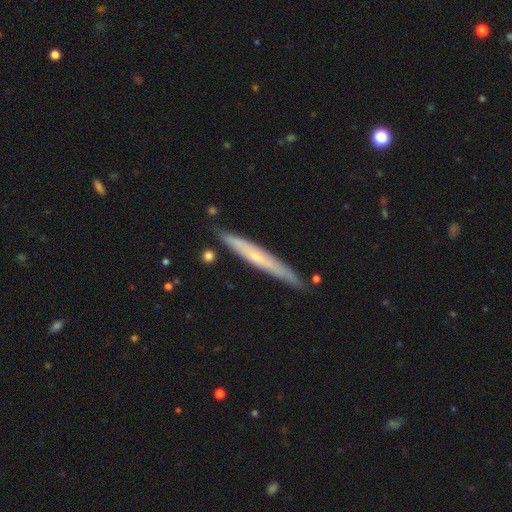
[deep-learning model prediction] A featured or disk galaxy (55%) viewed edge-on (90%) with no central bulge (58%). Merging: none (83%).